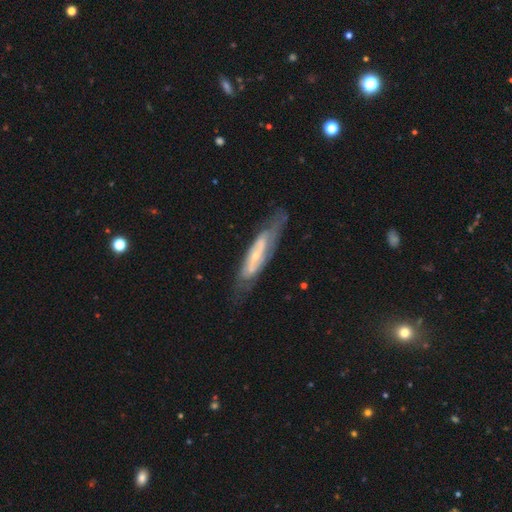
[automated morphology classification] This appears to be a featured or disk galaxy (73%). Merging: none (62%).